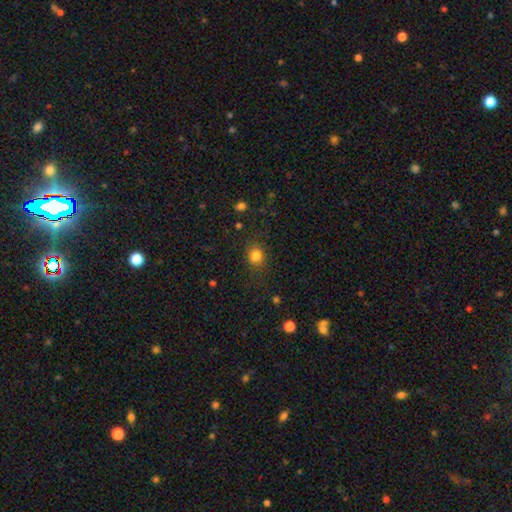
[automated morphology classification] Smooth or featured?
  - smooth: 82% *
  - star or artifact: 12%
  - featured or disk: 5%
How rounded?
  - round: 74% *
  - in between: 25%
  - cigar-shaped: 1%
Merging?
  - none: 82% *
  - minor disturbance: 12%
  - major disturbance: 5%
  - merger: 1%